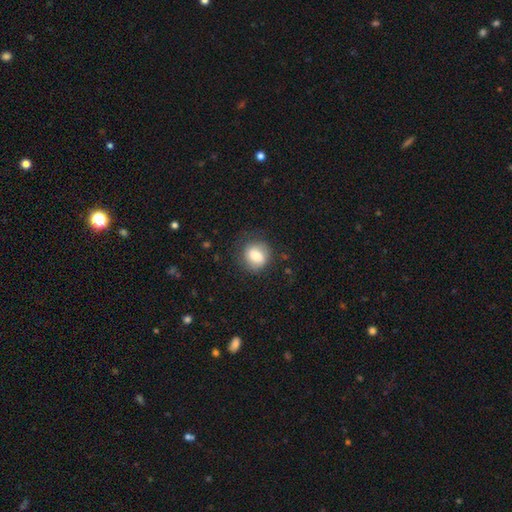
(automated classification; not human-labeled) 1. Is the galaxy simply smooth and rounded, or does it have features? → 76% smooth, 16% featured or disk, 8% star or artifact.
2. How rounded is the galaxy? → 72% round, 27% in between, 1% cigar-shaped.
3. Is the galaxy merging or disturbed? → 72% none, 19% minor disturbance, 8% major disturbance, 1% merger.